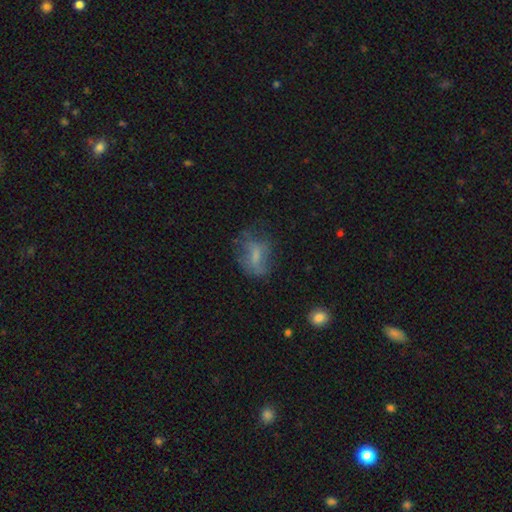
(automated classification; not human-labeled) The model was most divided on "smooth or featured": smooth: 51%, featured or disk: 38%, star or artifact: 12%. Remaining: how rounded — in between (70%); merging — none (47%).